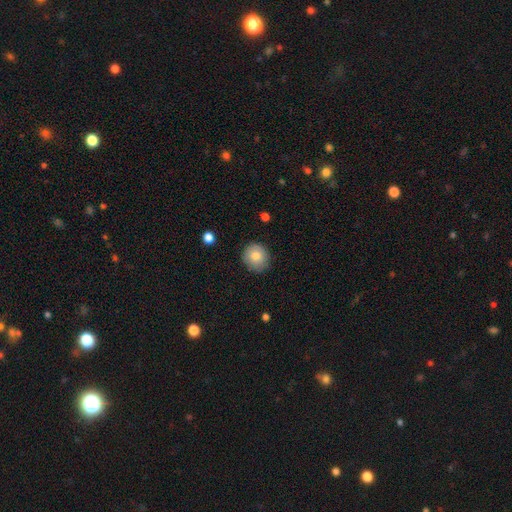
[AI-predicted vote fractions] Smooth or featured? smooth (81%)
How rounded? round (88%)
Merging? none (85%)